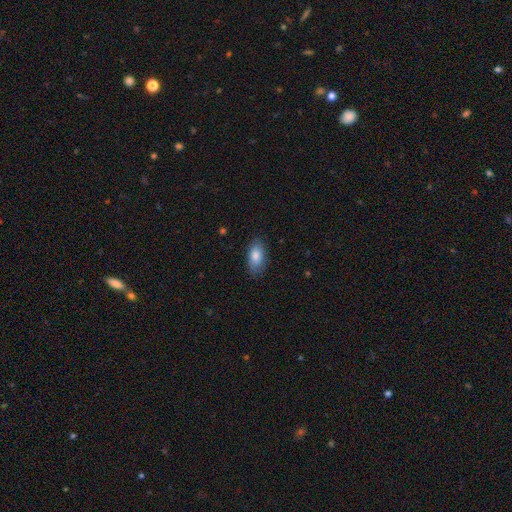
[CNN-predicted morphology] smooth_or_featured: smooth (p=0.84) [alt: featured or disk p=0.10]
how_rounded: in between (p=0.92) [alt: cigar-shaped p=0.05]
merging: none (p=0.83) [alt: minor disturbance p=0.13]